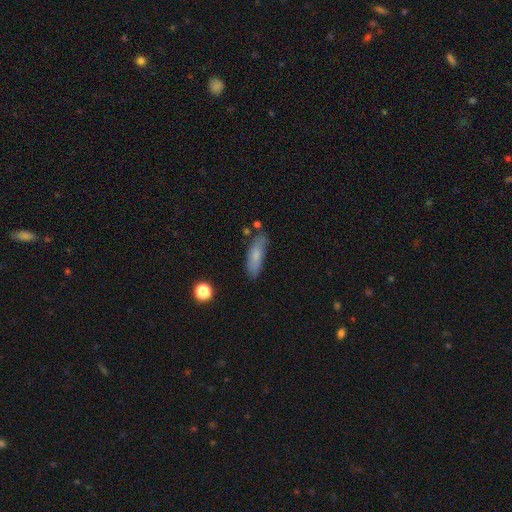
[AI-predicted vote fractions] Smooth or featured: smooth — 75% (featured or disk — 17%)
How rounded: in between — 52% (cigar-shaped — 46%)
Merging: none — 70% (minor disturbance — 21%)